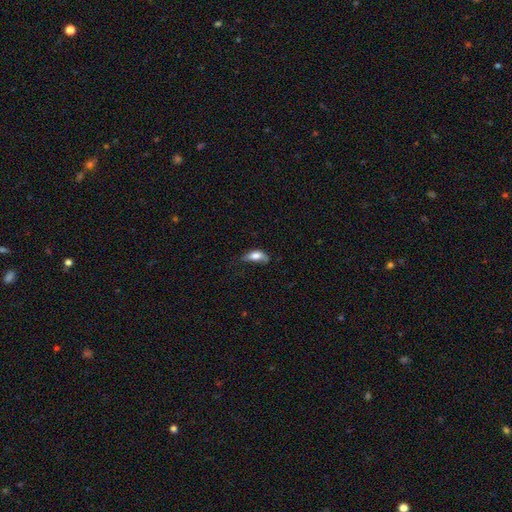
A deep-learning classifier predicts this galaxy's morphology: smooth-or-featured: smooth: 76% | featured or disk: 16% | star or artifact: 8%
  how-rounded: in between: 84% | cigar-shaped: 11% | round: 5%
  merging: minor disturbance: 38% | major disturbance: 29% | none: 29% | merger: 3%